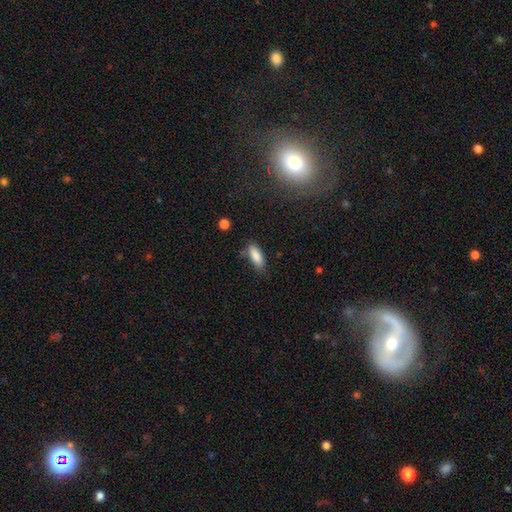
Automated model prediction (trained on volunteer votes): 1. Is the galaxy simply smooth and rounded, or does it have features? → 85% smooth, 7% star or artifact, 7% featured or disk.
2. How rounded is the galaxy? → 72% in between, 26% cigar-shaped, 2% round.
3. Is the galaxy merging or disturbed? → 71% none, 21% minor disturbance, 5% major disturbance, 3% merger.